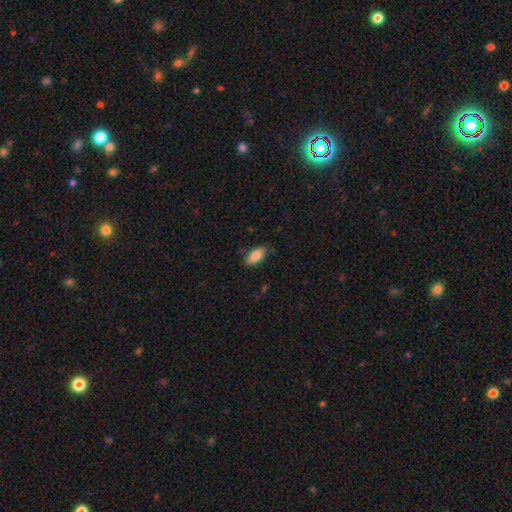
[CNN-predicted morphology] smooth 84%, featured or disk 9%, star or artifact 7%. Down the decision tree: how rounded — in between (92%); merging — none (82%).